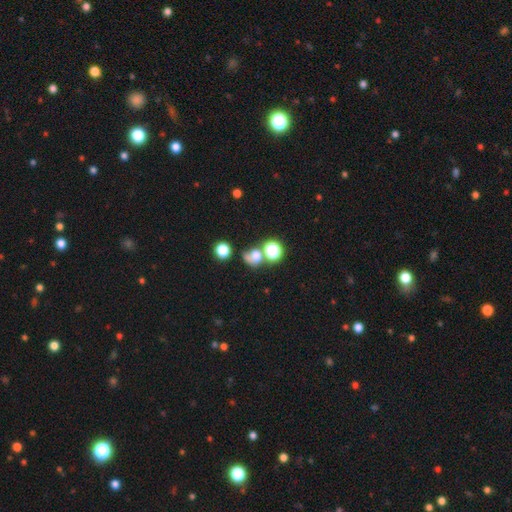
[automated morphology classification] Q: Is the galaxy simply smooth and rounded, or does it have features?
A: smooth — 55%.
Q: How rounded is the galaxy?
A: round — 71%.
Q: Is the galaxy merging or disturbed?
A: none — 40%.